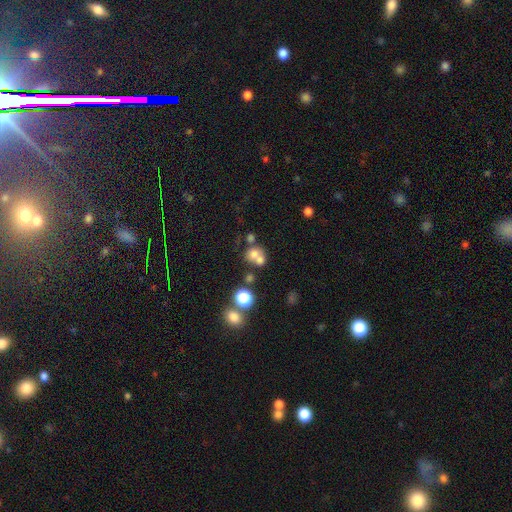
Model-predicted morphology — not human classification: smooth_or_featured: smooth (p=0.66) [alt: featured or disk p=0.18]
how_rounded: round (p=0.74) [alt: in between p=0.25]
merging: merger (p=0.52) [alt: none p=0.34]